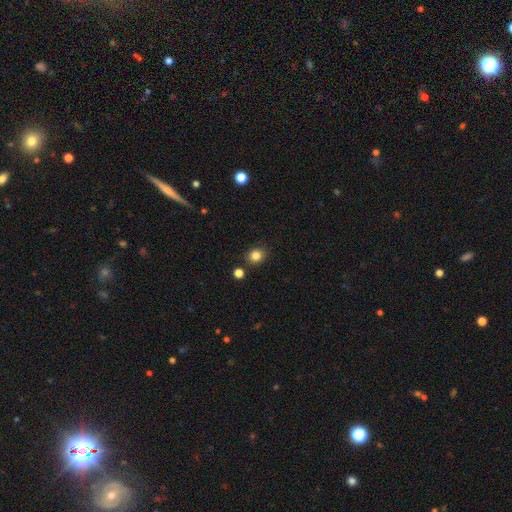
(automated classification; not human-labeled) This is clearly a smooth galaxy (83%). How rounded: likely round (76%). Merging: clearly none (84%).